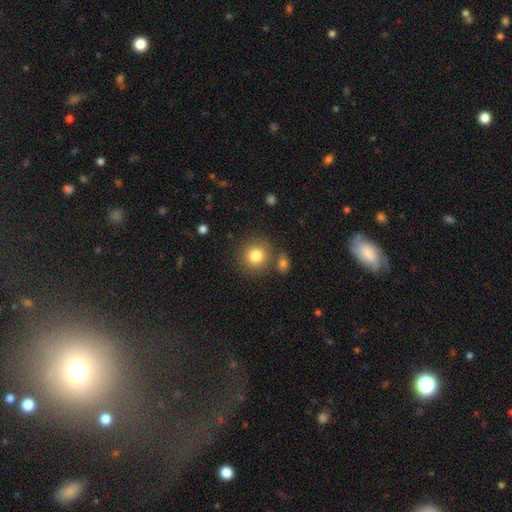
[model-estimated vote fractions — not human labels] Morphology: type=smooth (82%); roundness=round (90%); merging=none (75%).